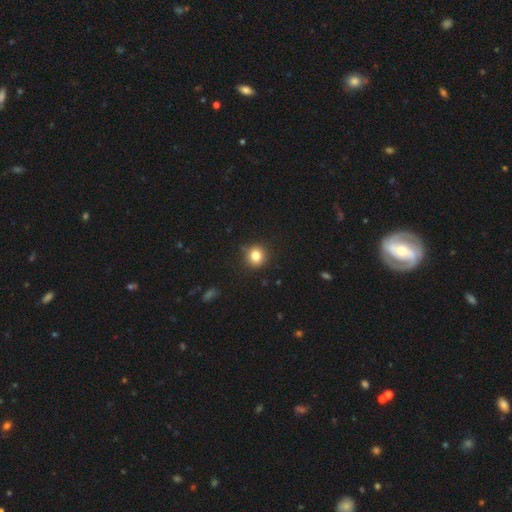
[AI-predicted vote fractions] A smooth galaxy with no disk features (82%) that is round (90%).

Vote fractions:
- Smooth or featured? smooth: 82% / star or artifact: 12% / featured or disk: 7%
- How rounded? round: 90% / in between: 9% / cigar-shaped: 1%
- Merging? none: 88% / minor disturbance: 9% / major disturbance: 2% / merger: 1%